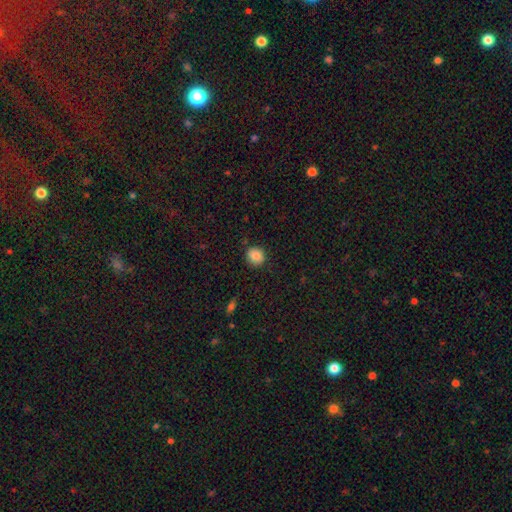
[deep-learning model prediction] smooth-or-featured: smooth: 85% | star or artifact: 9% | featured or disk: 6%
  how-rounded: round: 87% | in between: 12% | cigar-shaped: 1%
  merging: none: 87% | minor disturbance: 9% | major disturbance: 2% | merger: 1%